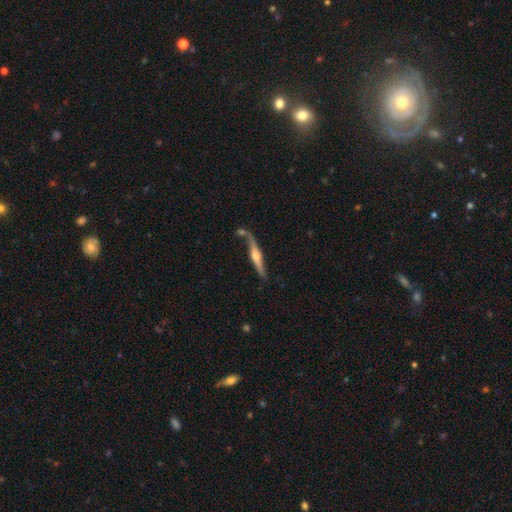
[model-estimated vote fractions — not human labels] A featured or disk galaxy (75%) viewed edge-on (94%) with a rounded central bulge (90%). Merging: none (62%).